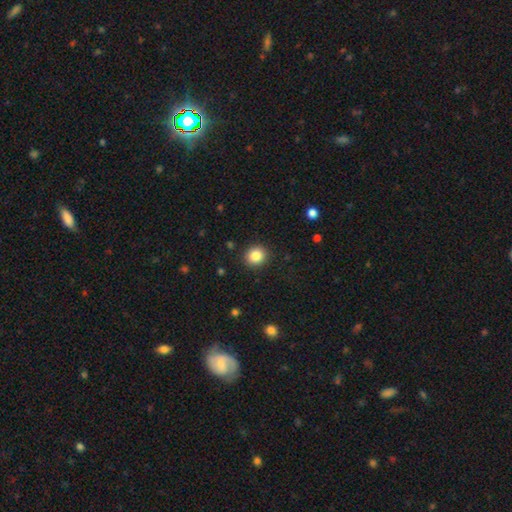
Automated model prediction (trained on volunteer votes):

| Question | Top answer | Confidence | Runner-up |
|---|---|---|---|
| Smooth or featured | smooth | 85% | star or artifact (10%) |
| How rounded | round | 85% | in between (14%) |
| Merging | none | 90% | minor disturbance (6%) |